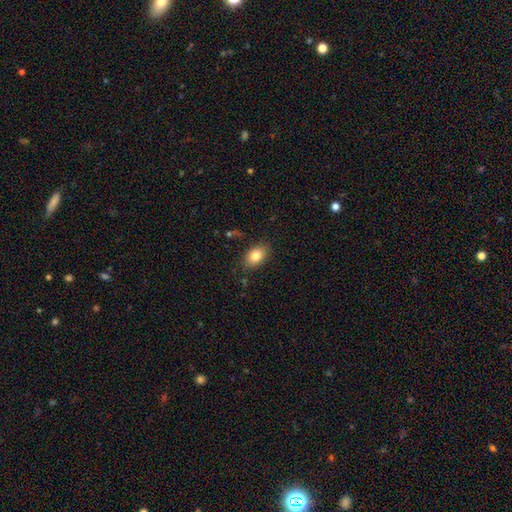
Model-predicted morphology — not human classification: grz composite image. It shows a smooth galaxy with no disk features (82%) that is in between round and cigar-shaped (85%). Merging: none (83%).